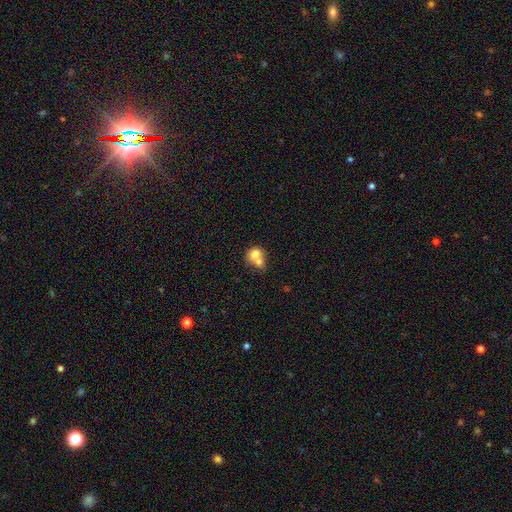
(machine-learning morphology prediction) Smooth or featured? Predicted: smooth (p=0.71). How rounded? Predicted: round (p=0.54). Merging? Predicted: merger (p=0.69).